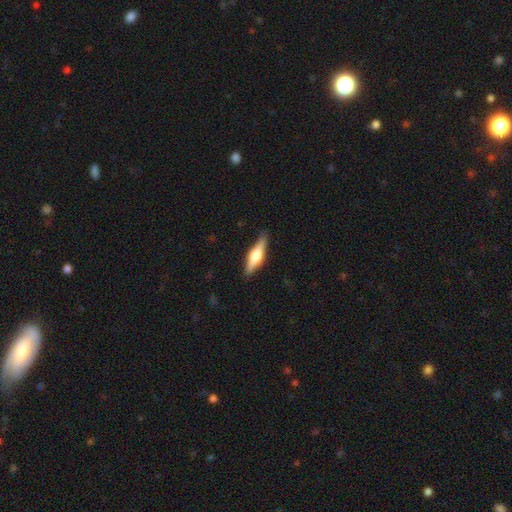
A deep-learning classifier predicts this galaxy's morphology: The model was most divided on "smooth or featured": featured or disk: 59%, smooth: 35%, star or artifact: 6%. More confident: edge-on disk — yes (96%); edge-on bulge — rounded (89%); merging — none (87%).